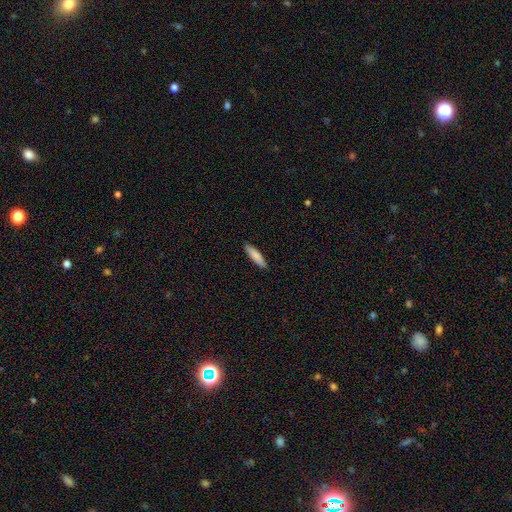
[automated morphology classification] Smooth or featured: smooth — 85% (featured or disk — 10%)
How rounded: cigar-shaped — 78% (in between — 20%)
Merging: none — 88% (minor disturbance — 9%)